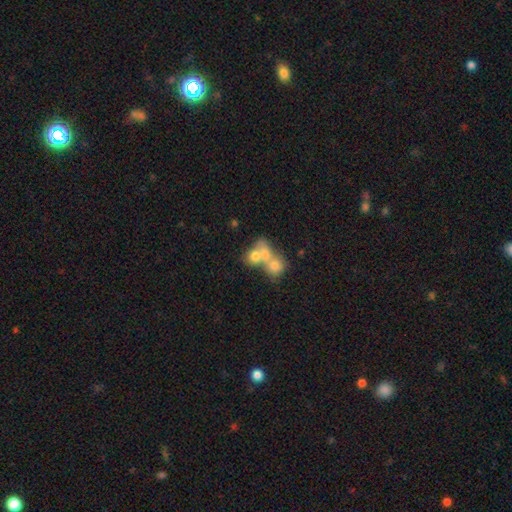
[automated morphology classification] A smooth galaxy with no disk features (44%). Merging: merger (59%).